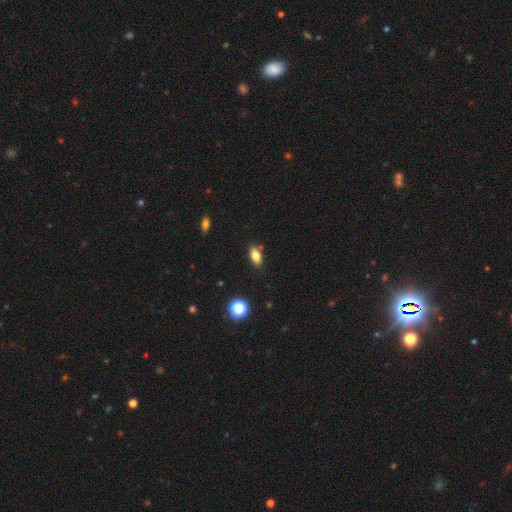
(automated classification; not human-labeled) smooth-or-featured: smooth: 79% | featured or disk: 11% | star or artifact: 10%
  how-rounded: in between: 86% | cigar-shaped: 8% | round: 6%
  merging: none: 82% | minor disturbance: 11% | merger: 4% | major disturbance: 2%